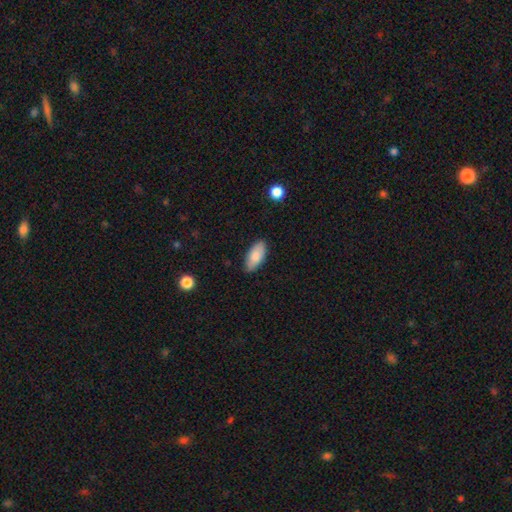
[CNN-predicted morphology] The model was most divided on "merging": none: 84%, minor disturbance: 12%, major disturbance: 2%, merger: 1%. More confident: how rounded — in between (89%); smooth or featured — smooth (85%).